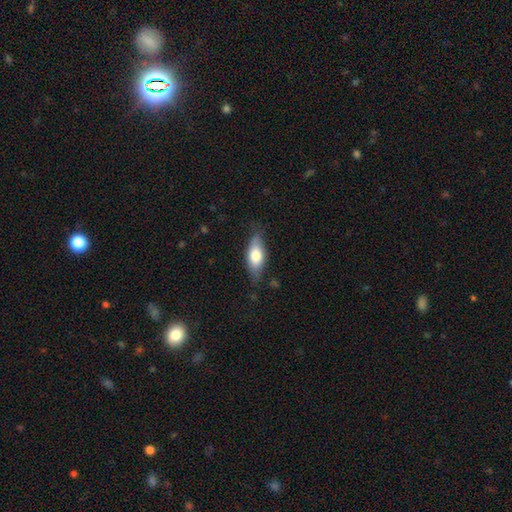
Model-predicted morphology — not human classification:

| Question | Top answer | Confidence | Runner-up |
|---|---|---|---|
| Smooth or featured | smooth | 70% | featured or disk (23%) |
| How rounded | in between | 79% | cigar-shaped (18%) |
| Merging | none | 73% | minor disturbance (21%) |